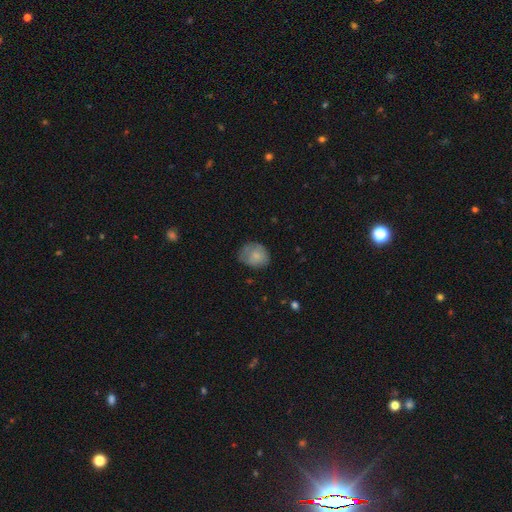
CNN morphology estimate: Q: Smooth or featured?
A: smooth (75%); runner-up: featured or disk (17%)
Q: How rounded?
A: round (61%); runner-up: in between (38%)
Q: Merging?
A: none (54%); runner-up: minor disturbance (32%)